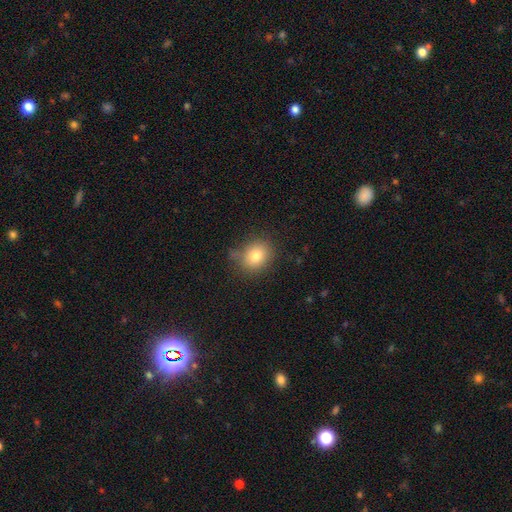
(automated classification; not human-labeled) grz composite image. It shows a smooth galaxy with no disk features (78%) that is round (68%). Merging: none (74%).